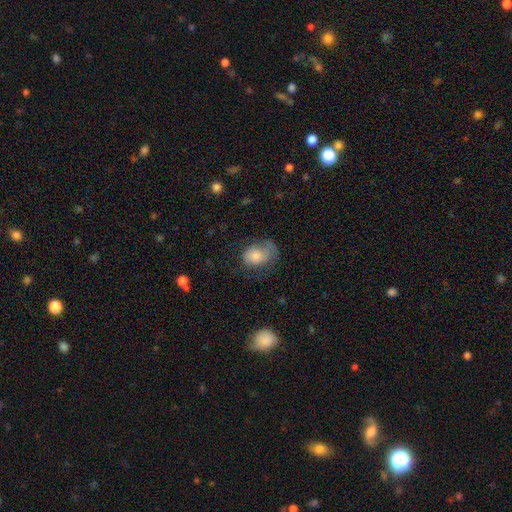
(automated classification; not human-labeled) Smooth or featured?
  - smooth: 66% *
  - featured or disk: 25%
  - star or artifact: 9%
How rounded?
  - in between: 76% *
  - round: 23%
  - cigar-shaped: 1%
Merging?
  - none: 40% *
  - minor disturbance: 31%
  - major disturbance: 27%
  - merger: 2%